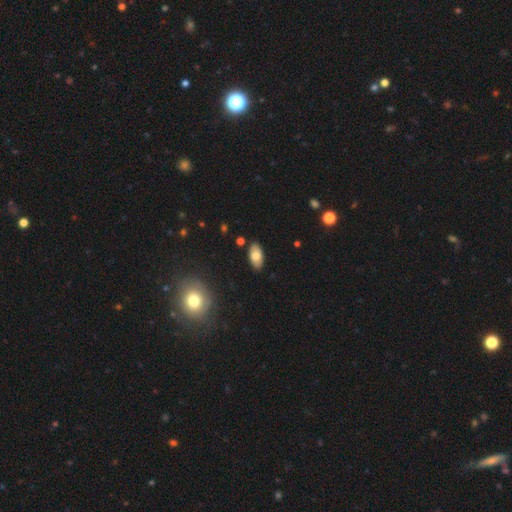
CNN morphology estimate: smooth 75%, featured or disk 17%, star or artifact 7%. Down the decision tree: how rounded — in between (93%); merging — none (87%).